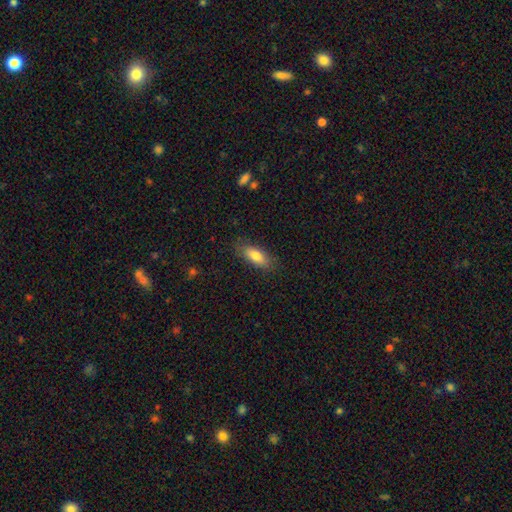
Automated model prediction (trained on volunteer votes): Smooth or featured?
  - smooth: 79% *
  - featured or disk: 15%
  - star or artifact: 7%
How rounded?
  - in between: 78% *
  - cigar-shaped: 19%
  - round: 3%
Merging?
  - none: 82% *
  - minor disturbance: 14%
  - major disturbance: 3%
  - merger: 1%